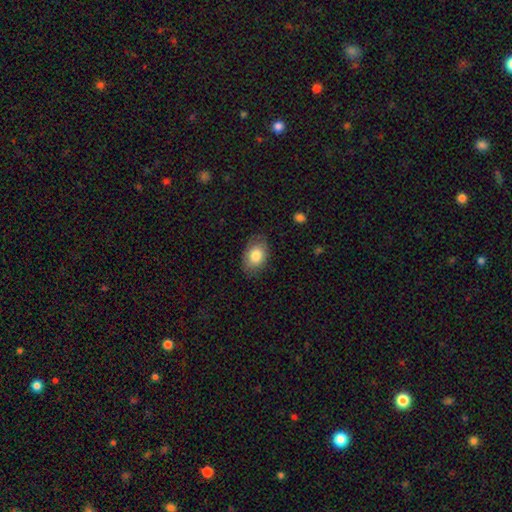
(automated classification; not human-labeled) A smooth galaxy with no disk features (81%) that is in between round and cigar-shaped (82%). Merging: none (79%).